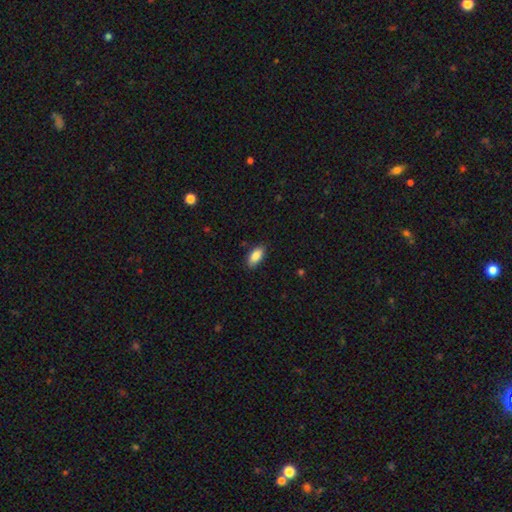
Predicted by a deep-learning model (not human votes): smooth 87%, star or artifact 7%, featured or disk 6%. Down the decision tree: how rounded — in between (89%); merging — none (86%).